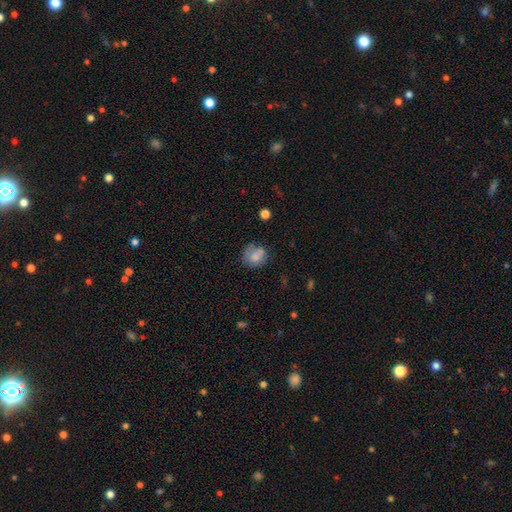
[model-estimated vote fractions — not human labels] Overall: smooth (67%). How rounded: round (74%). Merging: none (53%; minor disturbance 26%).